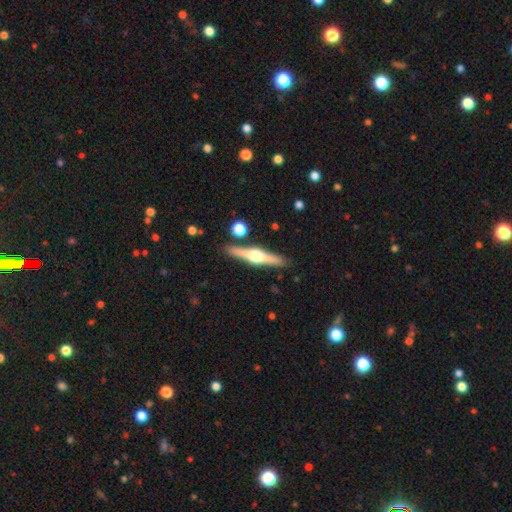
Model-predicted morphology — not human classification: The model was most divided on "smooth or featured": featured or disk: 72%, smooth: 23%, star or artifact: 6%. More confident: edge-on disk — yes (97%); edge-on bulge — rounded (94%); merging — none (88%).